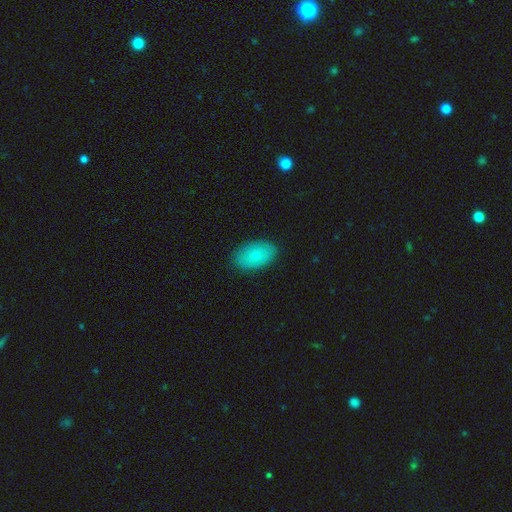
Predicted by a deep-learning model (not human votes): Overall: smooth (77%). How rounded: in between (91%). Merging: none (86%).